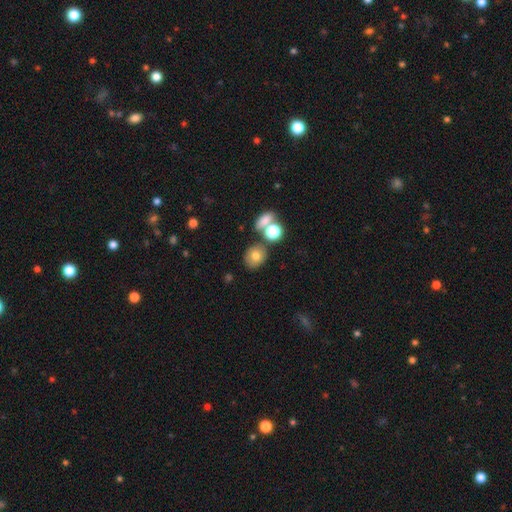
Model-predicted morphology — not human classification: Smooth or featured: smooth — 73% (featured or disk — 13%)
How rounded: round — 62% (in between — 37%)
Merging: none — 67% (merger — 17%)